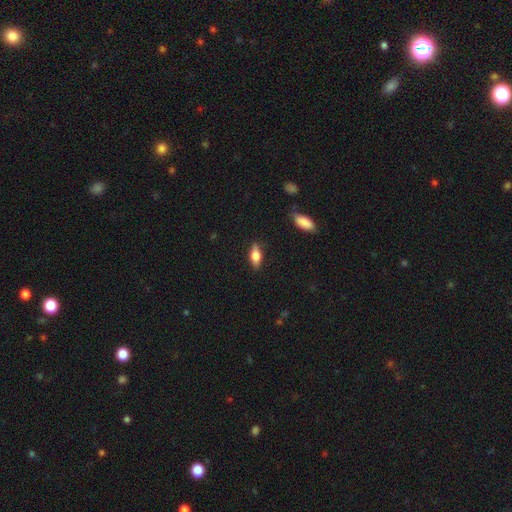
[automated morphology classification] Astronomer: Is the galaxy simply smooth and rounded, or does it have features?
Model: smooth — 66%.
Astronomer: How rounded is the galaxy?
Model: in between — 76%.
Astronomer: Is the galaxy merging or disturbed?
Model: none — 84%.